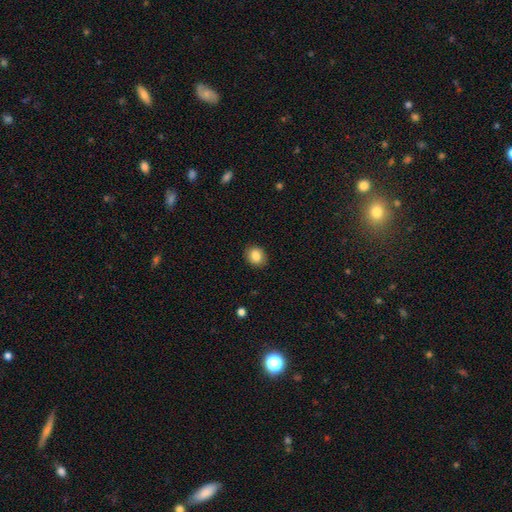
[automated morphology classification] smooth_or_featured: smooth (p=0.85) [alt: star or artifact p=0.09]
how_rounded: round (p=0.58) [alt: in between p=0.41]
merging: none (p=0.89) [alt: minor disturbance p=0.08]